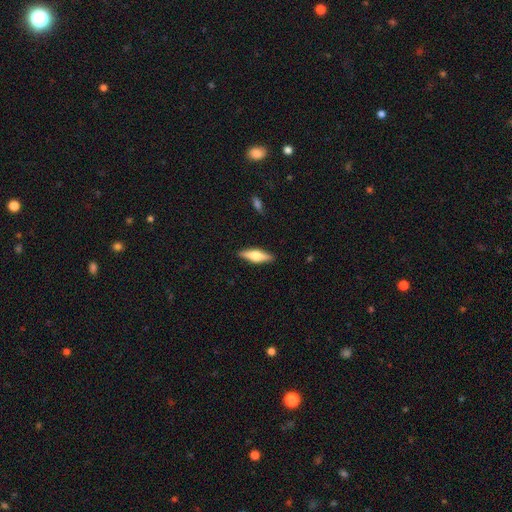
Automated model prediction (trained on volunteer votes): Smooth or featured? featured or disk (47%, tied with smooth)
Merging? none (89%)